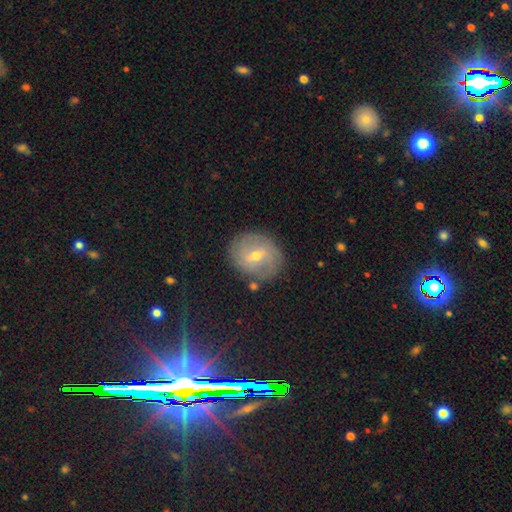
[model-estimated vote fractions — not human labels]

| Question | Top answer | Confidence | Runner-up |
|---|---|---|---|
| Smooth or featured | featured or disk | 57% | smooth (33%) |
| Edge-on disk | no | 95% | yes (5%) |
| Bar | weak | 53% | no (28%) |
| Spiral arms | yes | 62% | no (38%) |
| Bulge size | small | 55% | moderate (42%) |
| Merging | none | 80% | minor disturbance (13%) |